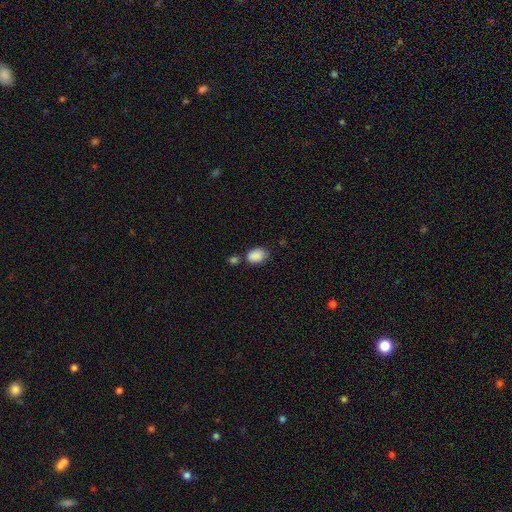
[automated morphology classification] The model was most divided on "merging": none: 65%, minor disturbance: 18%, merger: 13%, major disturbance: 4%. More confident: smooth or featured — smooth (88%); how rounded — in between (84%).